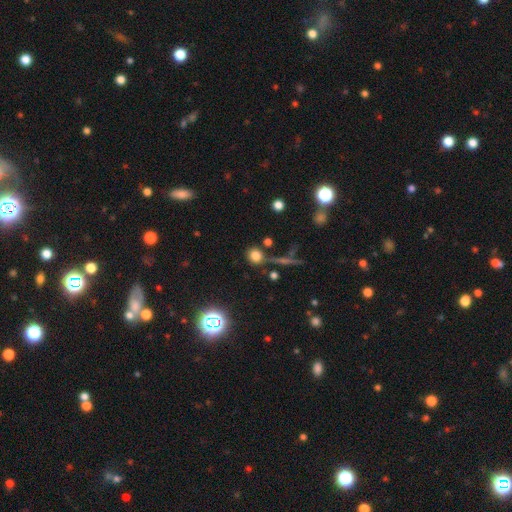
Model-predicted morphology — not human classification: Smooth or featured: smooth — 75% (star or artifact — 17%)
How rounded: round — 84% (in between — 14%)
Merging: none — 74% (minor disturbance — 11%)